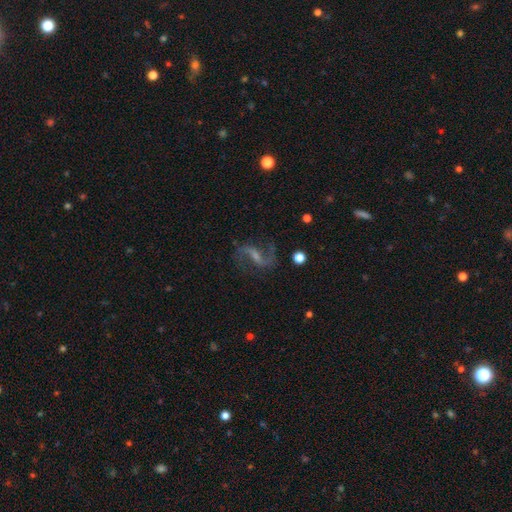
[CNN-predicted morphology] smooth_or_featured: featured or disk (p=0.88) [alt: star or artifact p=0.07]
disk_edge_on: no (p=0.97) [alt: yes p=0.03]
bar: weak (p=0.47) [alt: strong p=0.35]
has_spiral_arms: yes (p=0.97) [alt: no p=0.03]
spiral_winding: loose (p=0.67) [alt: medium p=0.28]
spiral_arm_count: 2 (p=0.93) [alt: 1 p=0.02]
bulge_size: small (p=0.49) [alt: moderate p=0.24]
merging: none (p=0.79) [alt: minor disturbance p=0.12]